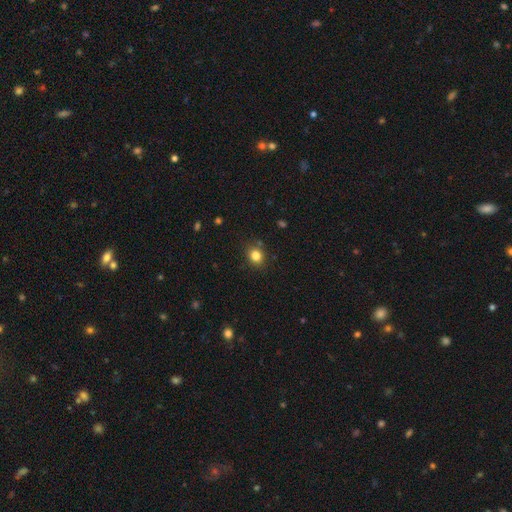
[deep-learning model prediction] A smooth galaxy with no disk features (81%) that is round (72%).

Vote fractions:
- Smooth or featured? smooth: 81% / star or artifact: 13% / featured or disk: 6%
- How rounded? round: 72% / in between: 27% / cigar-shaped: 1%
- Merging? none: 84% / minor disturbance: 10% / major disturbance: 3% / merger: 3%